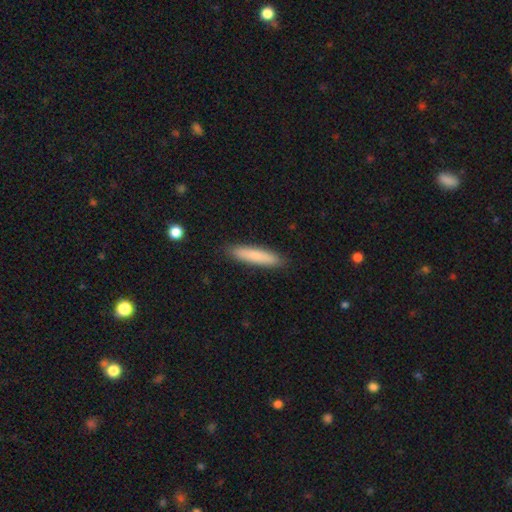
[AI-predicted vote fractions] Morphology: type=smooth (82%); roundness=cigar-shaped (87%); merging=none (90%).